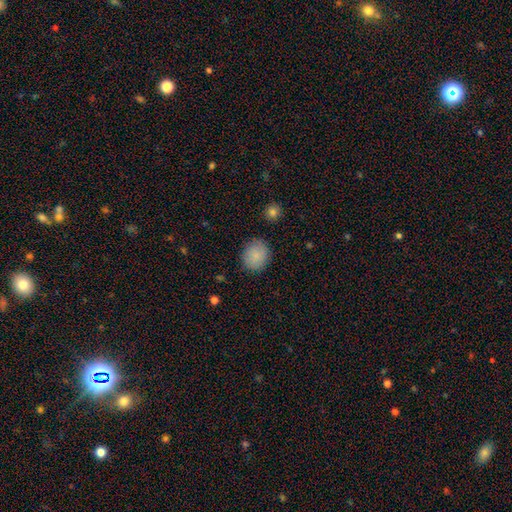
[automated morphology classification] Smooth or featured: smooth — 86% (star or artifact — 8%)
How rounded: round — 76% (in between — 23%)
Merging: none — 86% (minor disturbance — 10%)